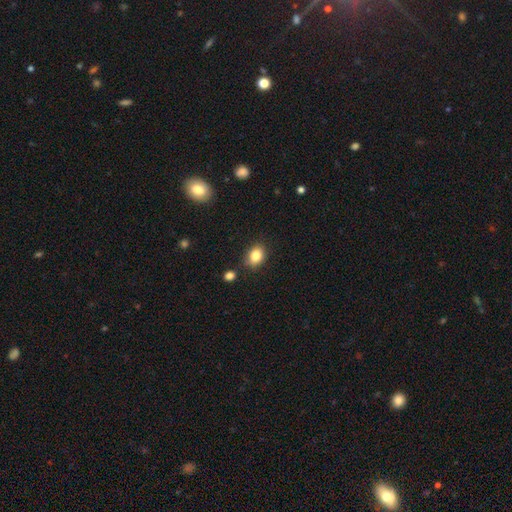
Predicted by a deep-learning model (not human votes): A smooth galaxy with no disk features (83%) that is in between round and cigar-shaped (63%). Merging: none (79%).